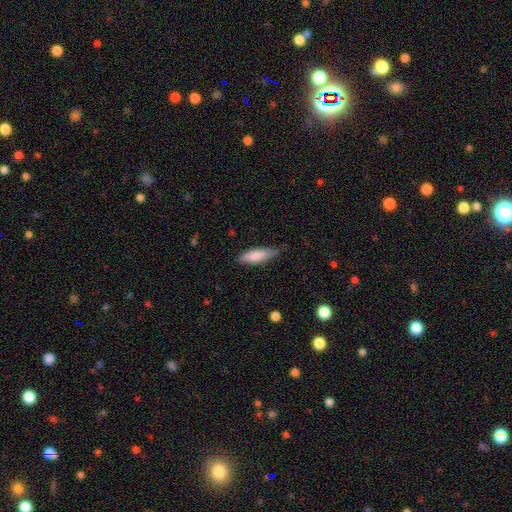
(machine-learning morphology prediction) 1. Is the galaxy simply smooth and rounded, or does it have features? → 82% smooth, 12% featured or disk, 6% star or artifact.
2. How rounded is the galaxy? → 51% in between, 48% cigar-shaped, 2% round.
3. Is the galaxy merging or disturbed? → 64% none, 30% minor disturbance, 5% major disturbance, 2% merger.